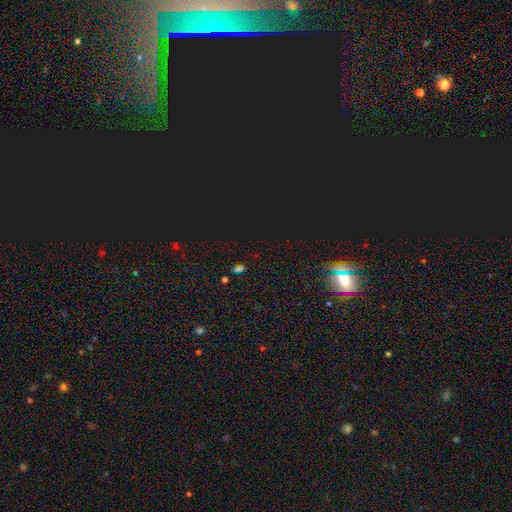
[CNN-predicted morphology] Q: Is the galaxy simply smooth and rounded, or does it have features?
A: star or artifact — 58%.